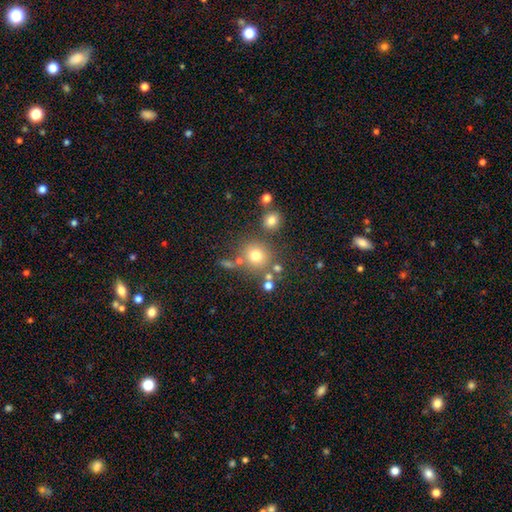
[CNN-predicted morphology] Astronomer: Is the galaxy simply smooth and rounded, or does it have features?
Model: smooth — 73%.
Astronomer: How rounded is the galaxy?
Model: round — 89%.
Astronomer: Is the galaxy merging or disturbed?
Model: none — 73%.